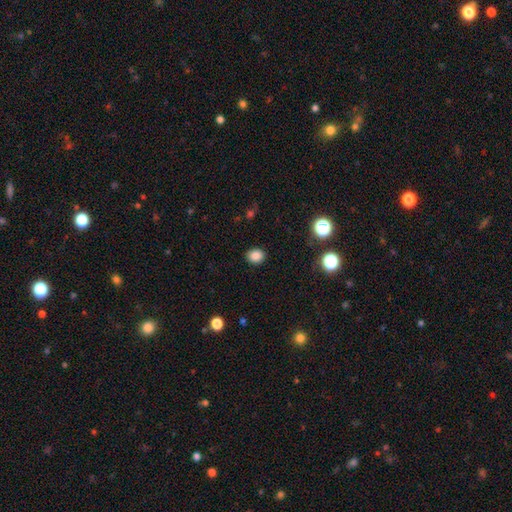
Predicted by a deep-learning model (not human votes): smooth-or-featured: smooth: 85% | star or artifact: 12% | featured or disk: 4%
  how-rounded: round: 65% | in between: 34% | cigar-shaped: 1%
  merging: none: 90% | minor disturbance: 7% | major disturbance: 2% | merger: 1%